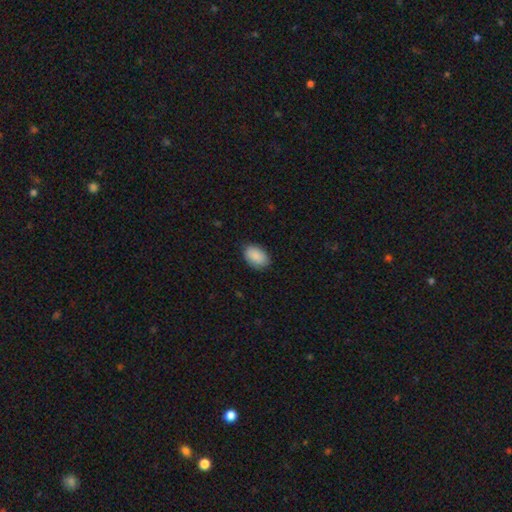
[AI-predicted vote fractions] Smooth or featured: smooth — 89% (star or artifact — 6%)
How rounded: in between — 88% (round — 11%)
Merging: none — 83% (minor disturbance — 13%)